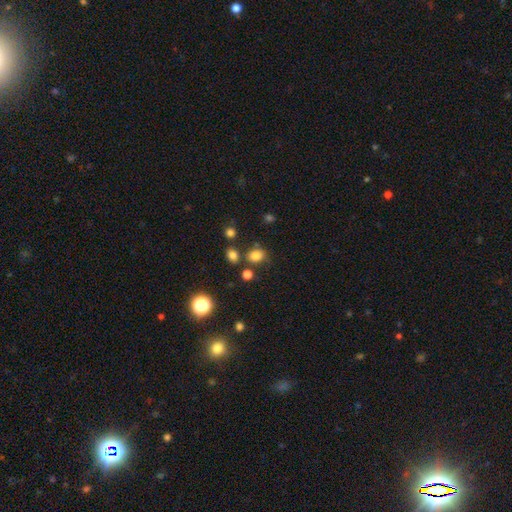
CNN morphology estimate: Smooth or featured: smooth — 79% (star or artifact — 16%)
How rounded: round — 50% (in between — 49%)
Merging: none — 71% (minor disturbance — 15%)